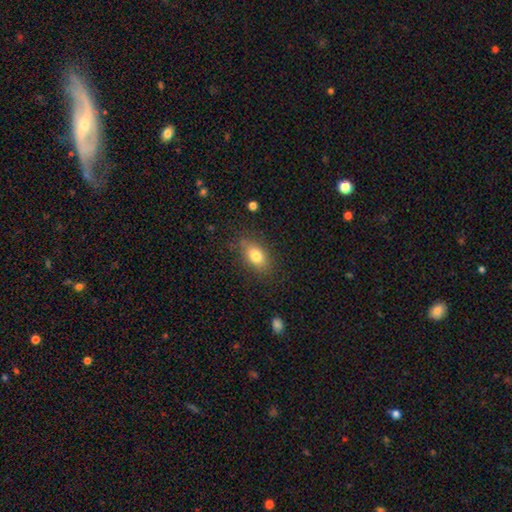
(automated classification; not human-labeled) A smooth galaxy with no disk features (79%) that is in between round and cigar-shaped (84%).

Vote fractions:
- Smooth or featured? smooth: 79% / featured or disk: 12% / star or artifact: 9%
- How rounded? in between: 84% / round: 11% / cigar-shaped: 5%
- Merging? none: 79% / minor disturbance: 15% / major disturbance: 4% / merger: 2%